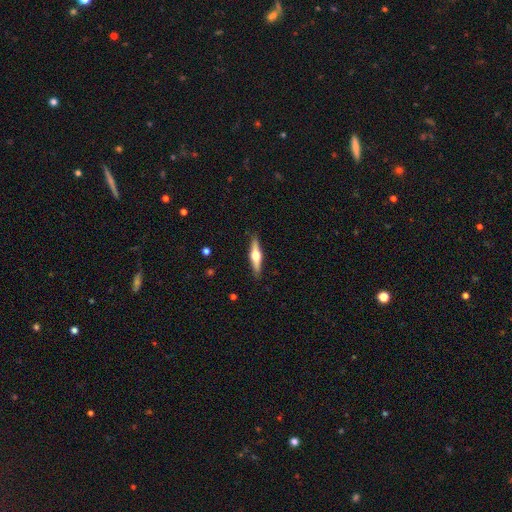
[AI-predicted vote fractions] Smooth or featured? Predicted: featured or disk (p=0.62). Edge-on disk? Predicted: yes (p=0.97). Edge-on bulge? Predicted: rounded (p=0.94). Merging? Predicted: none (p=0.89).